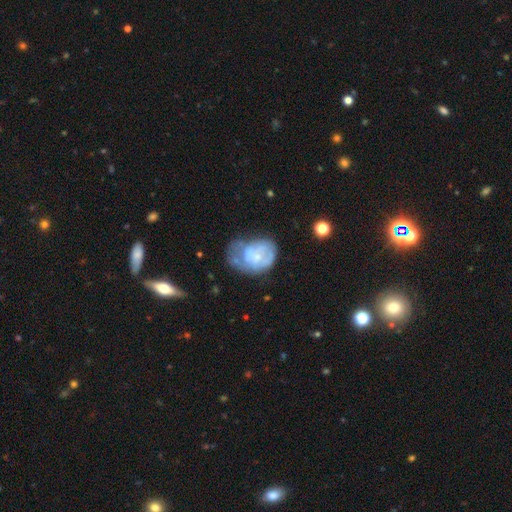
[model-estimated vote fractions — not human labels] A featured or disk galaxy (50%). Merging: major disturbance (32%, tied with minor disturbance).